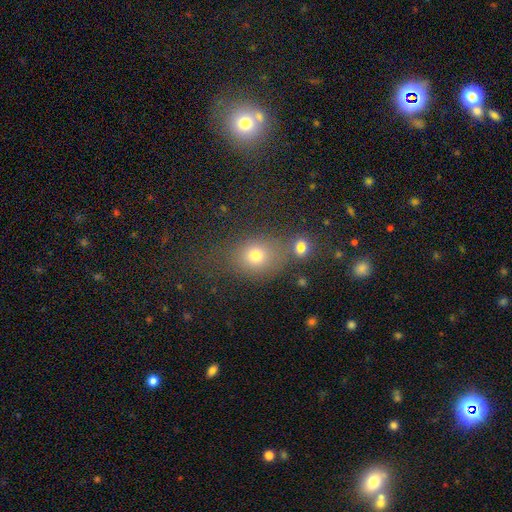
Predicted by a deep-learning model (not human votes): Overall: smooth (72%). How rounded: round (57%; in between 41%). Merging: none (59%).